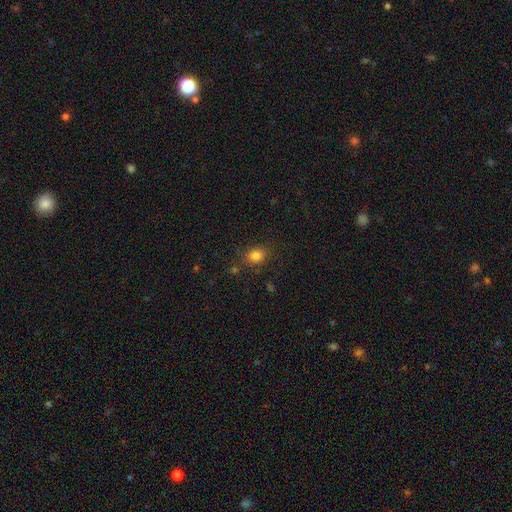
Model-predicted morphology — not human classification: This is clearly a smooth galaxy (81%). How rounded: likely round (65%). Merging: clearly none (80%).